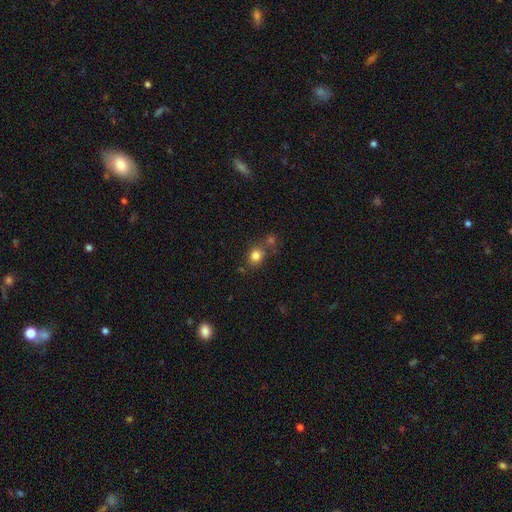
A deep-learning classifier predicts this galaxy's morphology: smooth_or_featured: smooth (p=0.80) [alt: star or artifact p=0.12]
how_rounded: round (p=0.69) [alt: in between p=0.30]
merging: none (p=0.63) [alt: merger p=0.19]